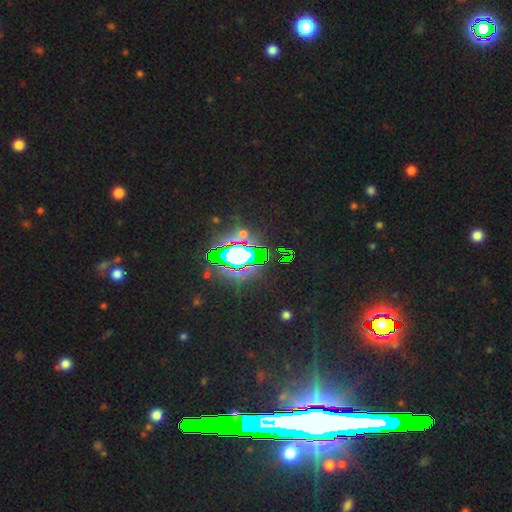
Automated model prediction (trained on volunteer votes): This is likely a star or artifact rather than a galaxy (76%).